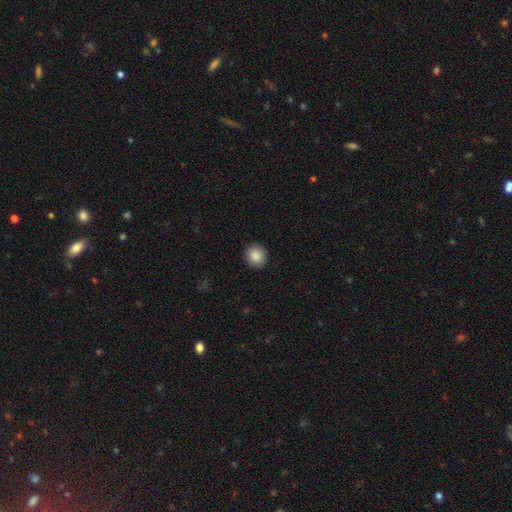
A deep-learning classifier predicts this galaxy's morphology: Smooth or featured? smooth (88%)
How rounded? round (84%)
Merging? none (92%)